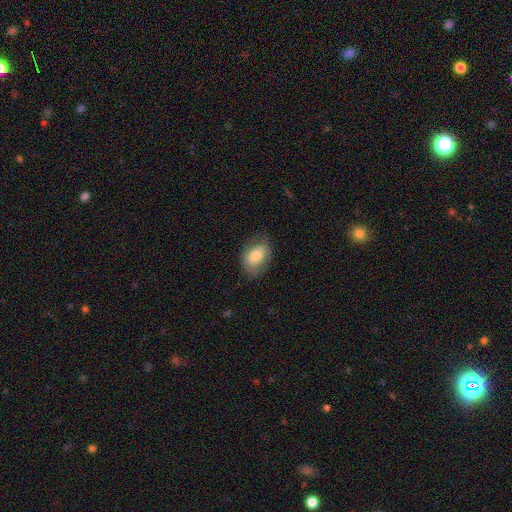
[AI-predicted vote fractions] Morphology: type=smooth (73%); roundness=in between (81%); merging=none (70%).